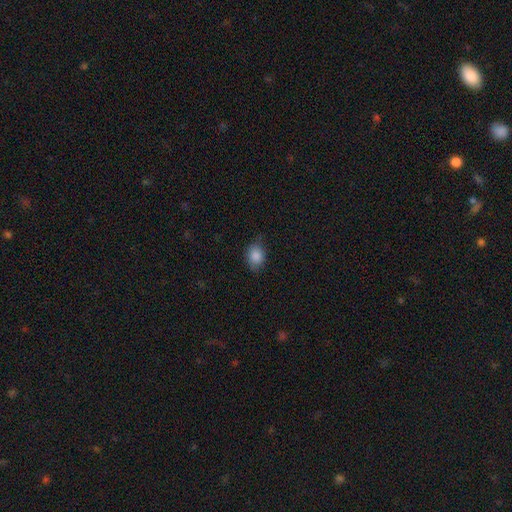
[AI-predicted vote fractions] Smooth or featured? smooth (86%)
How rounded? in between (60%)
Merging? none (75%)